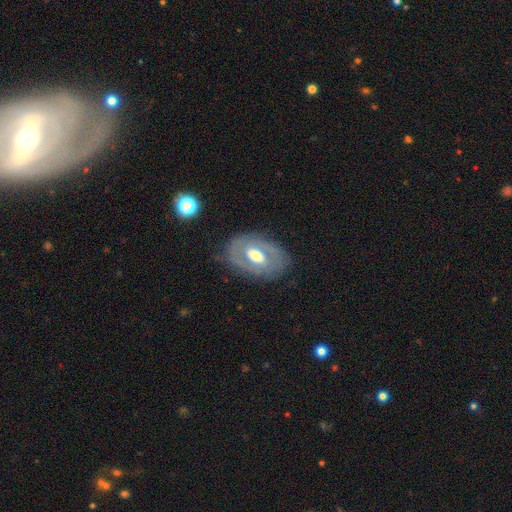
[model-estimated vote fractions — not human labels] Smooth or featured: featured or disk — 65% (smooth — 29%)
Edge-on disk: no — 93% (yes — 7%)
Bar: no — 48% (weak — 36%)
Spiral arms: no — 59% (yes — 41%)
Bulge size: moderate — 63% (large — 20%)
Merging: none — 75% (minor disturbance — 16%)